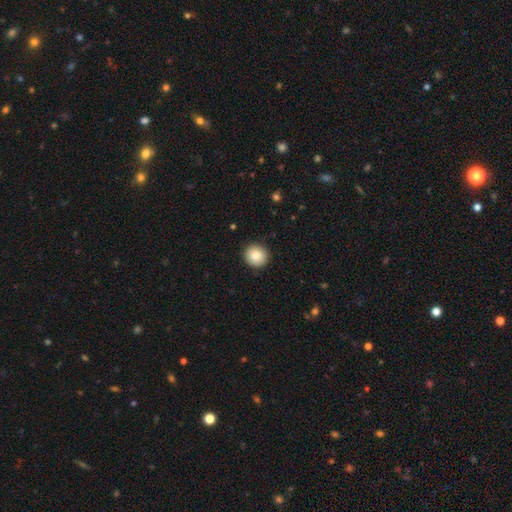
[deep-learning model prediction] A smooth galaxy with no disk features (85%) that is round (91%). Merging: none (91%).